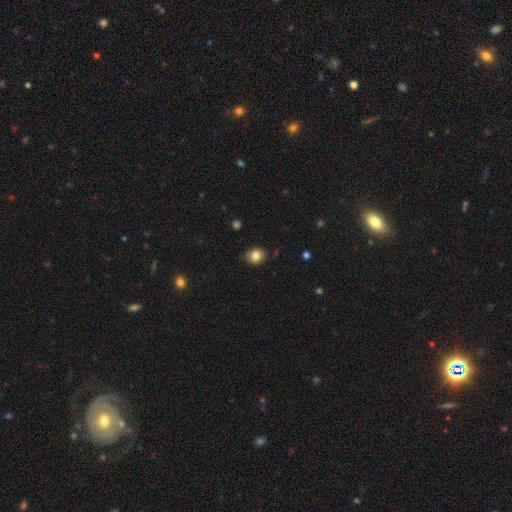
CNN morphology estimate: Smooth or featured?
  - smooth: 81% *
  - star or artifact: 10%
  - featured or disk: 9%
How rounded?
  - round: 56% *
  - in between: 43%
  - cigar-shaped: 1%
Merging?
  - none: 81% *
  - minor disturbance: 15%
  - major disturbance: 3%
  - merger: 1%